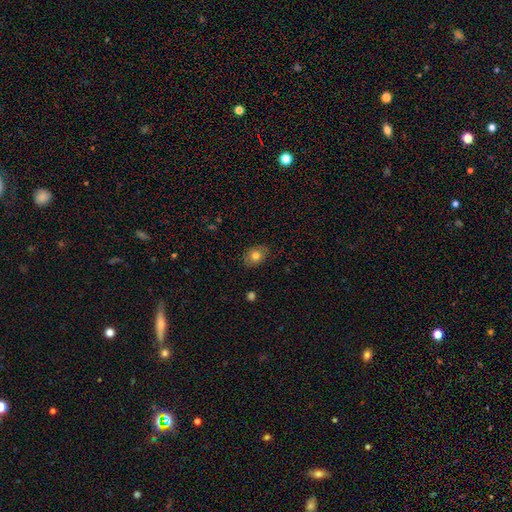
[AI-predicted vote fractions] Q: Smooth or featured?
A: smooth (77%); runner-up: featured or disk (13%)
Q: How rounded?
A: in between (64%); runner-up: round (35%)
Q: Merging?
A: none (84%); runner-up: minor disturbance (12%)